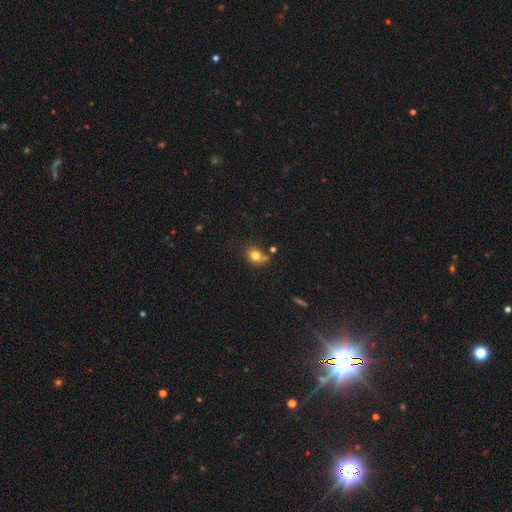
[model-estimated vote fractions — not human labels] A smooth galaxy with no disk features (78%) that is round (63%). Merging: none (57%).